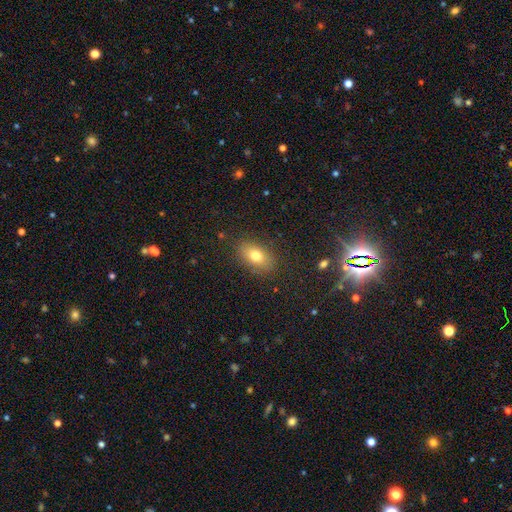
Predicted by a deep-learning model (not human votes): The model was most divided on "smooth or featured": smooth: 76%, featured or disk: 14%, star or artifact: 10%. More confident: how rounded — in between (85%); merging — none (85%).